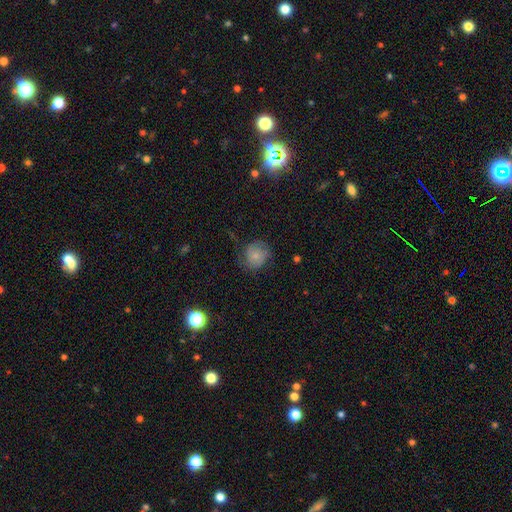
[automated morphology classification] This is possibly a smooth galaxy (57%). How rounded: clearly round (80%). Merging: possibly none (58%).